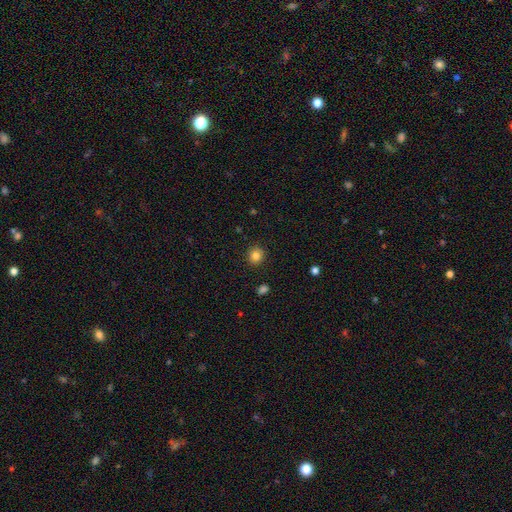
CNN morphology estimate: Smooth or featured: smooth — 83% (star or artifact — 11%)
How rounded: round — 87% (in between — 12%)
Merging: none — 90% (minor disturbance — 7%)